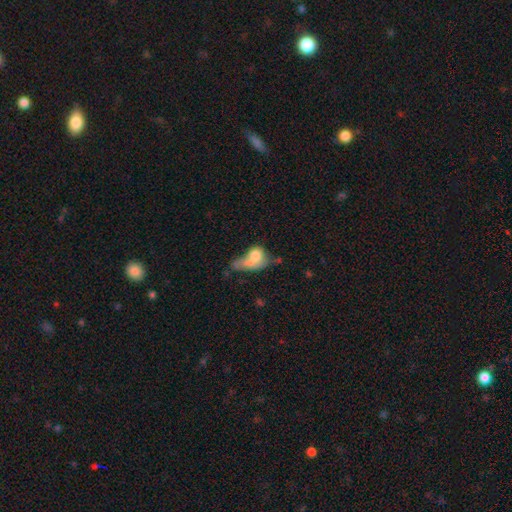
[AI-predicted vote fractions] Q: Smooth or featured?
A: smooth (64%); runner-up: featured or disk (26%)
Q: How rounded?
A: in between (63%); runner-up: round (31%)
Q: Merging?
A: merger (37%); runner-up: major disturbance (31%)